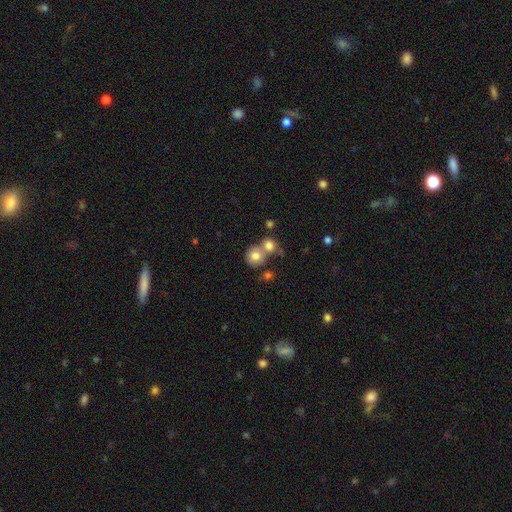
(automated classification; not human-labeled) This is likely a smooth galaxy (76%). How rounded: clearly round (80%). Merging: possibly merger (47%).